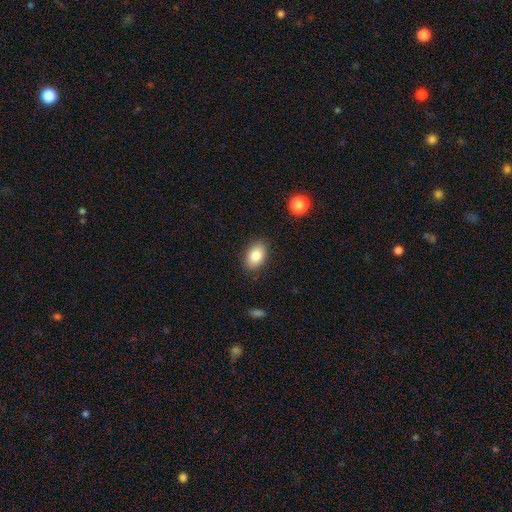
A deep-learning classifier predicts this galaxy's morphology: This is clearly a smooth galaxy (83%). How rounded: clearly in between (89%). Merging: clearly none (86%).